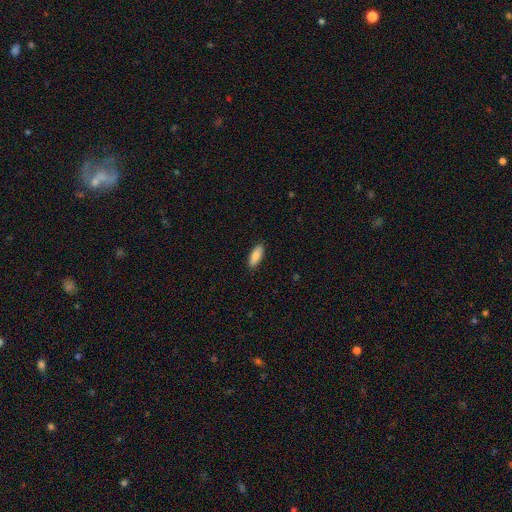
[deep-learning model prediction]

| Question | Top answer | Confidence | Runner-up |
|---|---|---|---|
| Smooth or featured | smooth | 86% | featured or disk (8%) |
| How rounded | in between | 71% | cigar-shaped (27%) |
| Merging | none | 89% | minor disturbance (8%) |